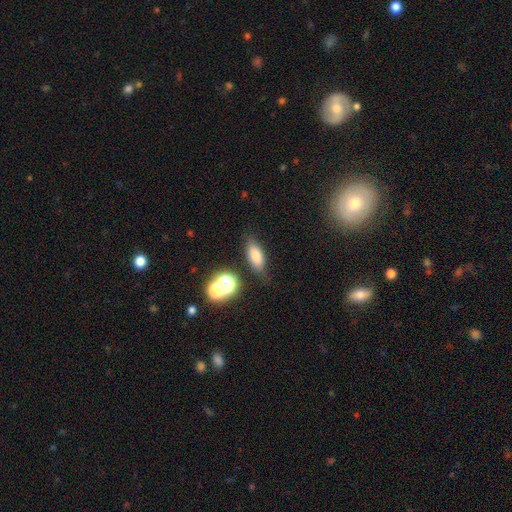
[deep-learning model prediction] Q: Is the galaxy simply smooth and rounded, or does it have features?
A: smooth — 74%.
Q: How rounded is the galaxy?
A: in between — 73%.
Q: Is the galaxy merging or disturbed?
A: none — 75%.